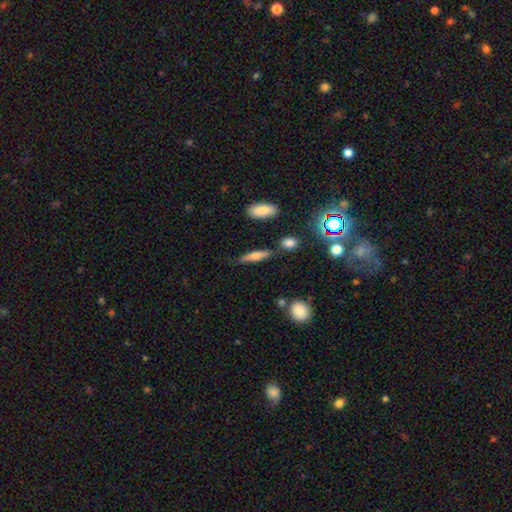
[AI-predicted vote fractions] Smooth or featured: smooth — 58% (featured or disk — 33%)
How rounded: cigar-shaped — 66% (in between — 30%)
Merging: none — 74% (minor disturbance — 15%)